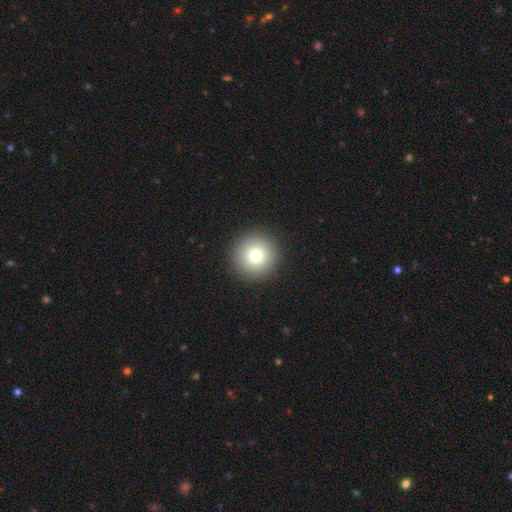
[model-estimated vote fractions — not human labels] Q: Smooth or featured?
A: smooth (78%); runner-up: star or artifact (11%)
Q: How rounded?
A: round (96%); runner-up: in between (3%)
Q: Merging?
A: none (92%); runner-up: minor disturbance (5%)